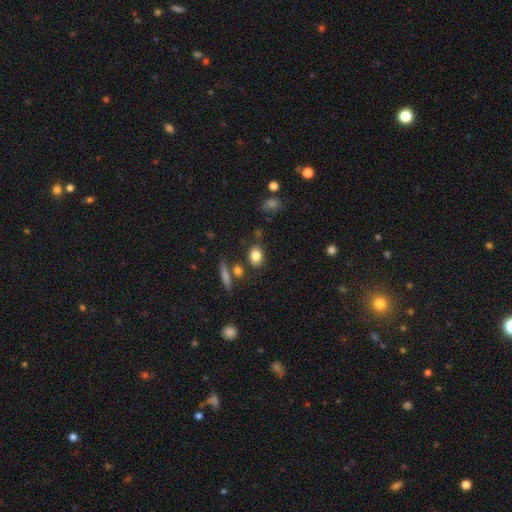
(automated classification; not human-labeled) Smooth or featured?
  - smooth: 82% *
  - star or artifact: 9%
  - featured or disk: 9%
How rounded?
  - in between: 66% *
  - round: 31%
  - cigar-shaped: 3%
Merging?
  - none: 76% *
  - minor disturbance: 12%
  - merger: 8%
  - major disturbance: 4%